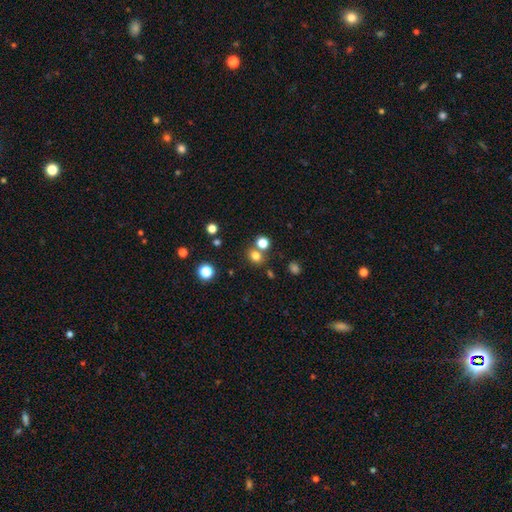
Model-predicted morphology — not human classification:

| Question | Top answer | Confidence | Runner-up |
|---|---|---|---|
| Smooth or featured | smooth | 76% | star or artifact (17%) |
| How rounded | round | 72% | in between (27%) |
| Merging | none | 68% | merger (19%) |